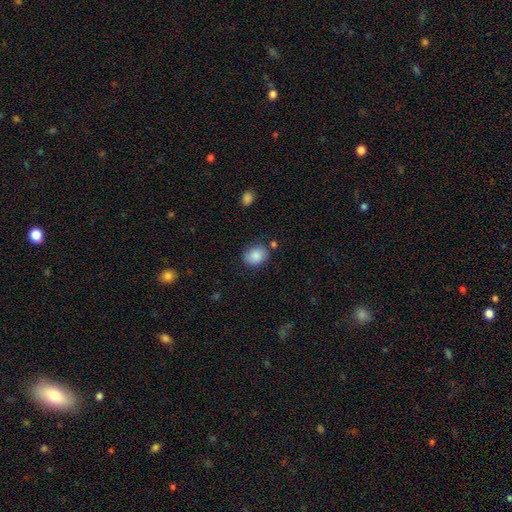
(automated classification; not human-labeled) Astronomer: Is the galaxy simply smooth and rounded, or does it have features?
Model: smooth — 87%.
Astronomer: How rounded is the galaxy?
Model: in between — 57% (runner-up: round, 43%).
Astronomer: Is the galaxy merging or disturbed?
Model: none — 77%.